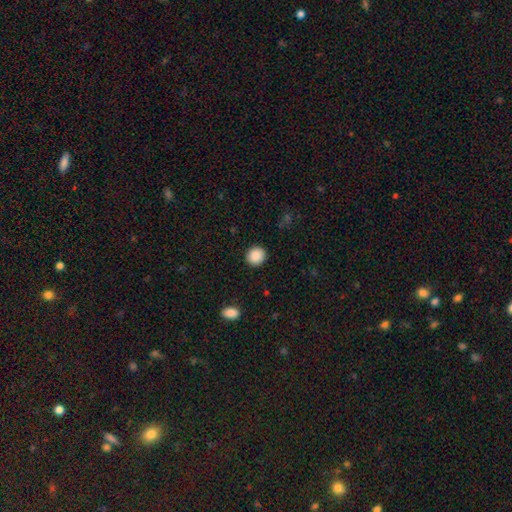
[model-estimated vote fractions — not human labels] A smooth galaxy with no disk features (89%) that is round (90%). Merging: none (92%).